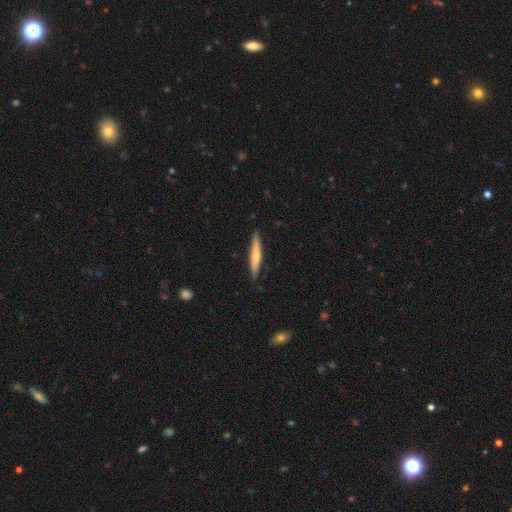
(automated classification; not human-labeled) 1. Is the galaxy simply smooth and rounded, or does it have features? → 54% smooth, 41% featured or disk, 5% star or artifact.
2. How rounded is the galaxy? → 93% cigar-shaped, 6% in between, 1% round.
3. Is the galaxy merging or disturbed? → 87% none, 10% minor disturbance, 2% major disturbance, 1% merger.